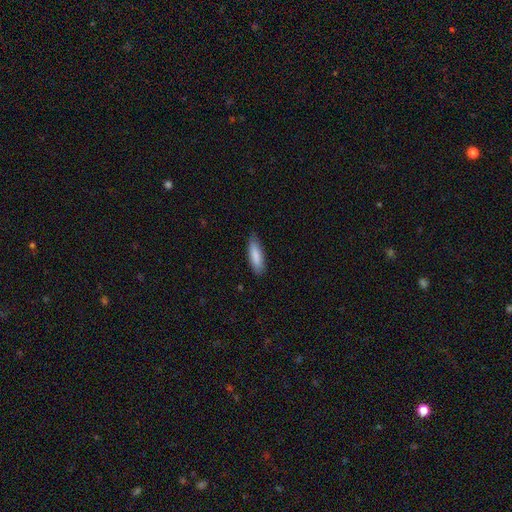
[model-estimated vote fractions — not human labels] Morphology: type=smooth (86%); roundness=cigar-shaped (50%); merging=none (79%).